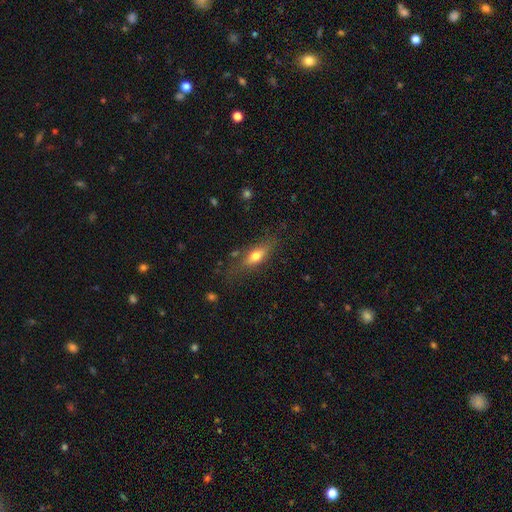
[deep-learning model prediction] This appears to be a smooth galaxy with no disk features (63%) that is in between round and cigar-shaped (58%). Merging: none (71%).